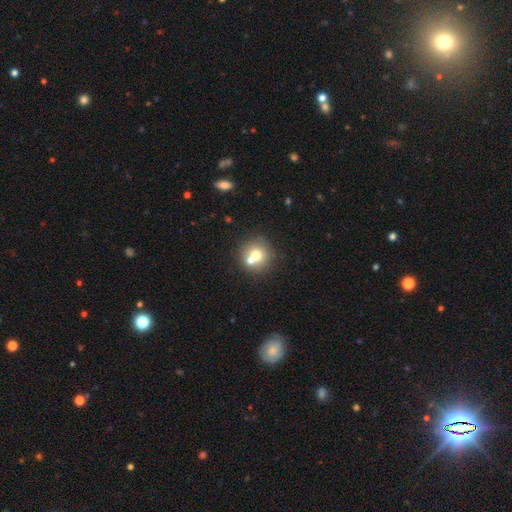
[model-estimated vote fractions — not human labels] Smooth or featured? Predicted: smooth (p=0.68). How rounded? Predicted: round (p=0.91). Merging? Predicted: none (p=0.58).